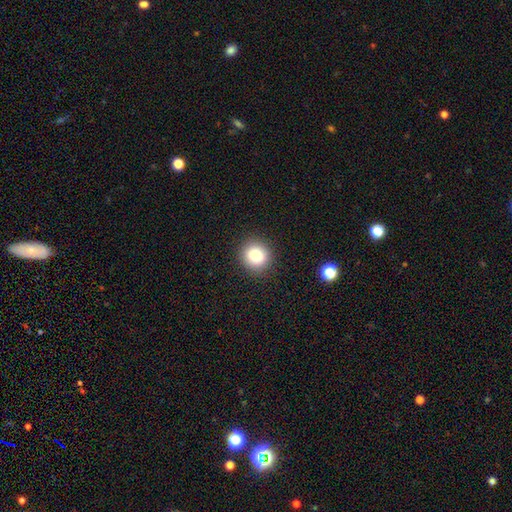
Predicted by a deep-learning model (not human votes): A smooth galaxy with no disk features (83%) that is round (85%). Merging: none (90%).